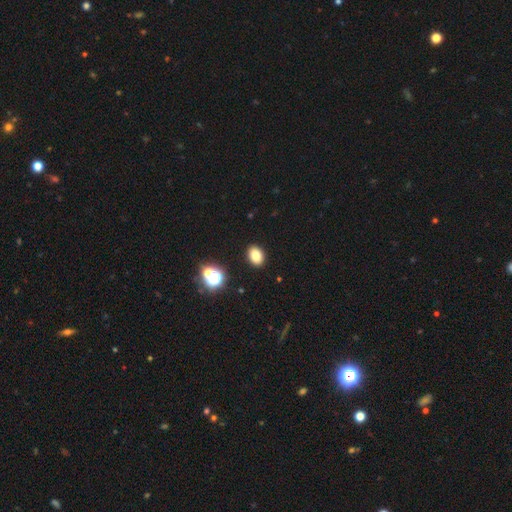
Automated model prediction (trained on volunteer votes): The model was most divided on "how rounded": in between: 73%, round: 26%, cigar-shaped: 1%. More confident: merging — none (90%); smooth or featured — smooth (78%).